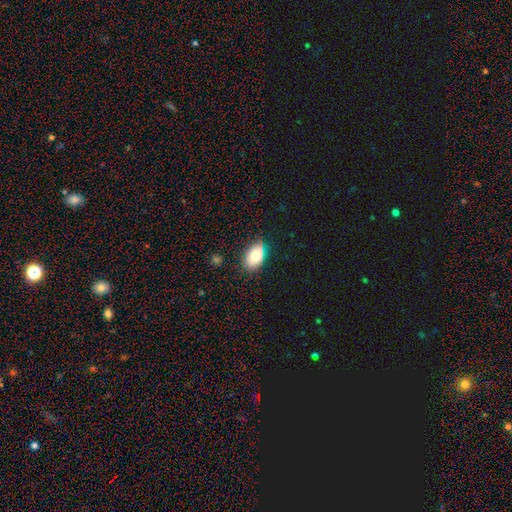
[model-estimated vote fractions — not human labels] smooth-or-featured: smooth: 74% | featured or disk: 16% | star or artifact: 11%
  how-rounded: in between: 87% | round: 11% | cigar-shaped: 2%
  merging: none: 79% | minor disturbance: 17% | major disturbance: 3% | merger: 2%